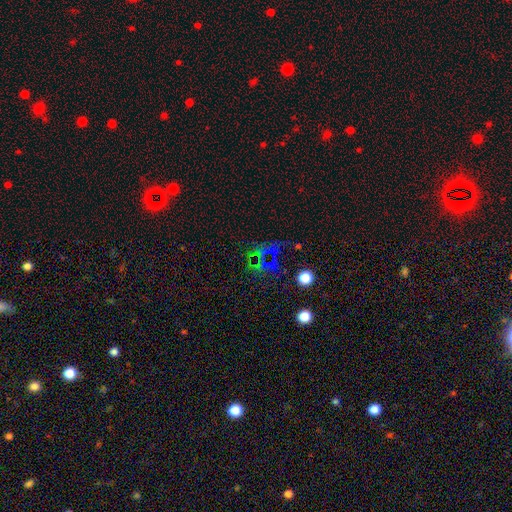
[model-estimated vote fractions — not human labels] This is possibly a star or artifact rather than a galaxy (60%).